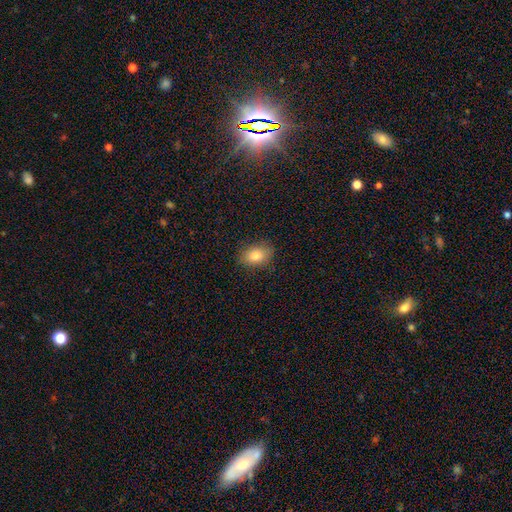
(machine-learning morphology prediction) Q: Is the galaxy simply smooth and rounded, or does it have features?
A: smooth — 83%.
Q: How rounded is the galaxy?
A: in between — 82%.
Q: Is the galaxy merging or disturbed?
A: none — 84%.